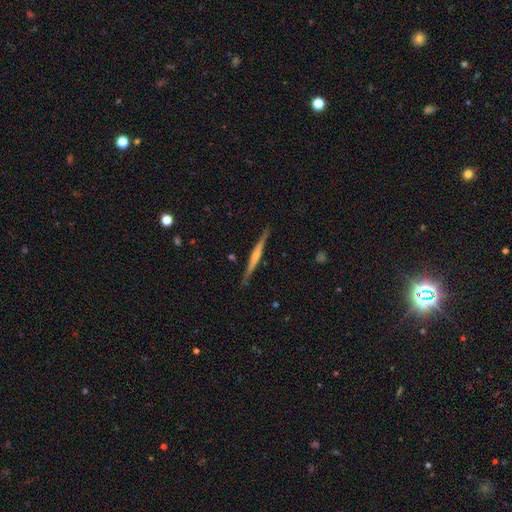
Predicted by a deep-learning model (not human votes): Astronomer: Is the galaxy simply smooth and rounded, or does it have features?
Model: featured or disk — 64%.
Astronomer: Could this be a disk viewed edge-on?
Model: yes — 98%.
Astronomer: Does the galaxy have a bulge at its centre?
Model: rounded — 51% (runner-up: none, 35%).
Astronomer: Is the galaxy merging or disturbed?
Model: none — 88%.